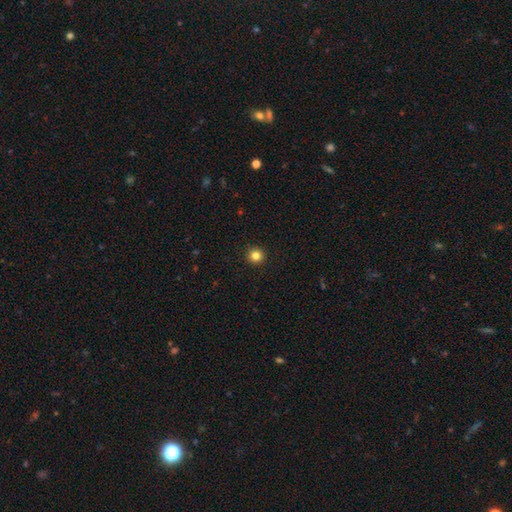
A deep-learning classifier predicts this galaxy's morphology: This appears to be a smooth galaxy with no disk features (83%) that is round (95%). Merging: none (94%).